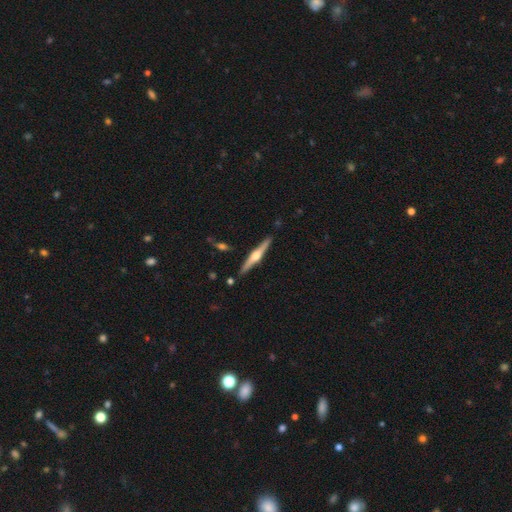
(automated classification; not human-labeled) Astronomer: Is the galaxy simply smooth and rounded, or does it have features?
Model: featured or disk — 77%.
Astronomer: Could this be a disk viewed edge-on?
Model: yes — 98%.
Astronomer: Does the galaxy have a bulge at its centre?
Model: rounded — 94%.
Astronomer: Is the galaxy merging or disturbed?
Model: none — 89%.